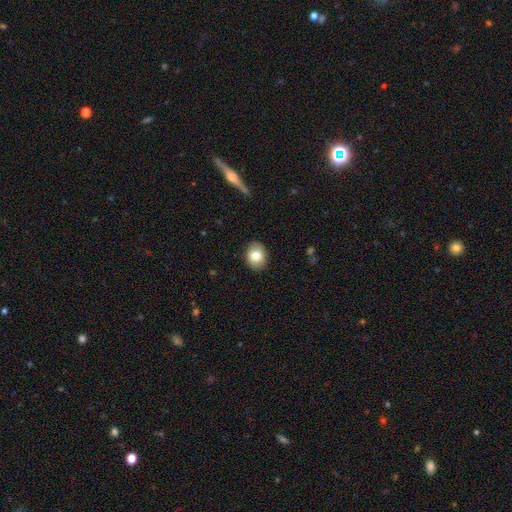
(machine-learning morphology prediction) Smooth or featured? Predicted: smooth (p=0.81). How rounded? Predicted: in between (p=0.56). Merging? Predicted: none (p=0.88).